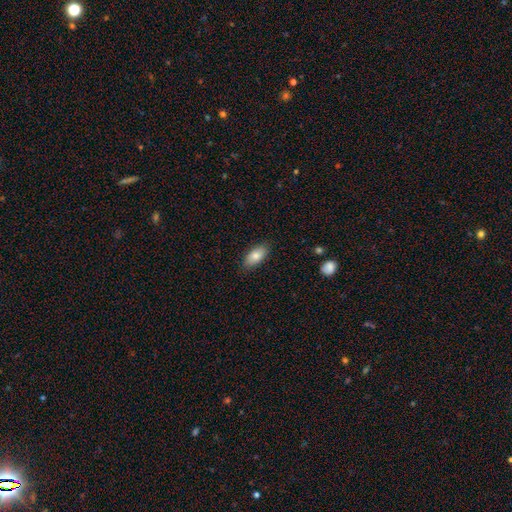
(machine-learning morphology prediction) A smooth galaxy with no disk features (81%) that is in between round and cigar-shaped (91%).

Vote fractions:
- Smooth or featured? smooth: 81% / featured or disk: 13% / star or artifact: 7%
- How rounded? in between: 91% / cigar-shaped: 6% / round: 3%
- Merging? none: 85% / minor disturbance: 12% / major disturbance: 2% / merger: 1%